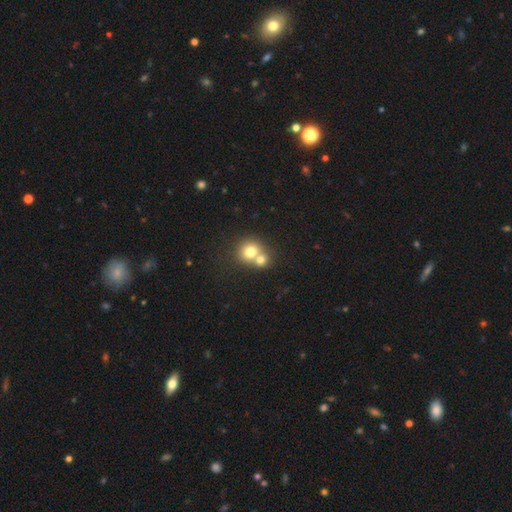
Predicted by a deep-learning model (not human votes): A smooth galaxy with no disk features (72%) that is round (81%).

Vote fractions:
- Smooth or featured? smooth: 72% / featured or disk: 16% / star or artifact: 12%
- How rounded? round: 81% / in between: 18% / cigar-shaped: 1%
- Merging? merger: 58% / none: 34% / minor disturbance: 5% / major disturbance: 2%